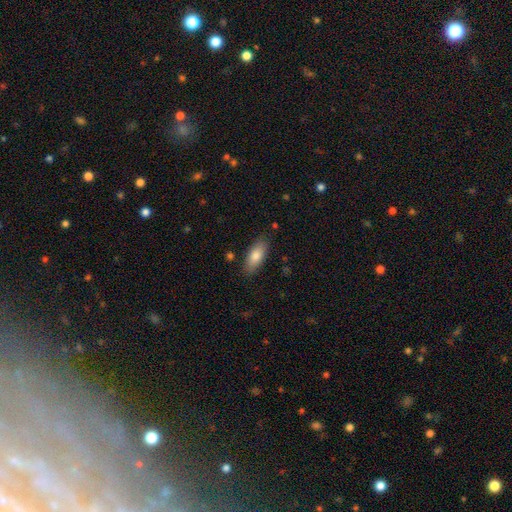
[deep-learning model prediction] Smooth or featured: smooth — 80% (featured or disk — 13%)
How rounded: in between — 81% (cigar-shaped — 17%)
Merging: none — 84% (minor disturbance — 11%)